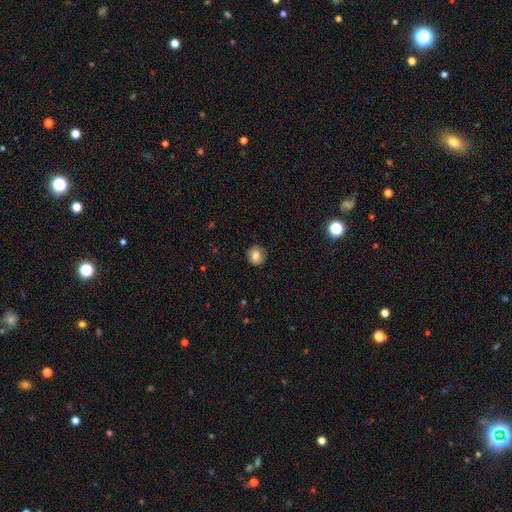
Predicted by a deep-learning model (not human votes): Overall: smooth (77%). How rounded: round (89%). Merging: none (88%).